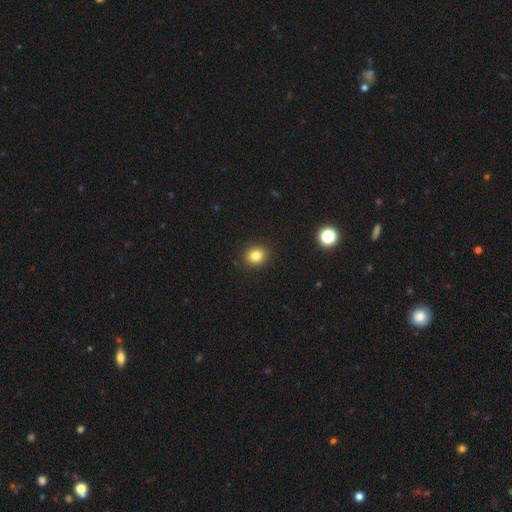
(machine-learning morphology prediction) smooth_or_featured: smooth (p=0.82) [alt: star or artifact p=0.12]
how_rounded: round (p=0.73) [alt: in between p=0.26]
merging: none (p=0.91) [alt: minor disturbance p=0.06]